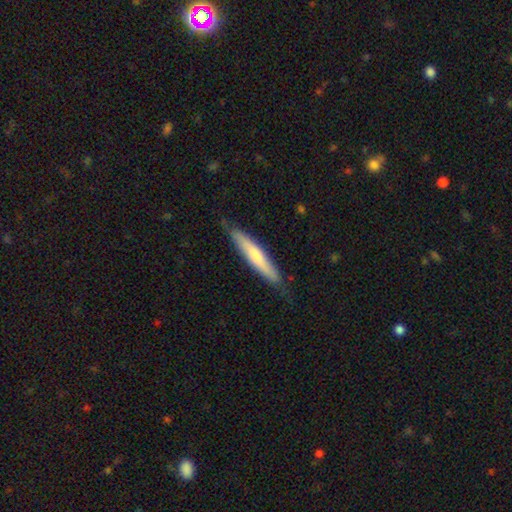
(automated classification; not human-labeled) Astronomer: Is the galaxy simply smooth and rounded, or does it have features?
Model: smooth — 62%.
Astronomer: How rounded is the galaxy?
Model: cigar-shaped — 91%.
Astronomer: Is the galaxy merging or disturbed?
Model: none — 81%.